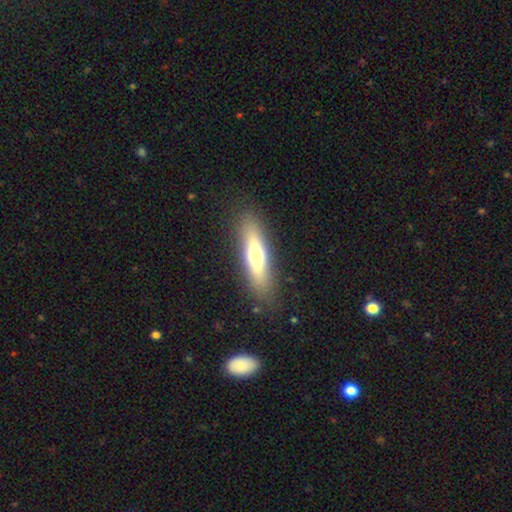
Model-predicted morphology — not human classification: Smooth or featured: smooth — 57% (featured or disk — 36%)
How rounded: cigar-shaped — 71% (in between — 27%)
Merging: none — 86% (minor disturbance — 9%)